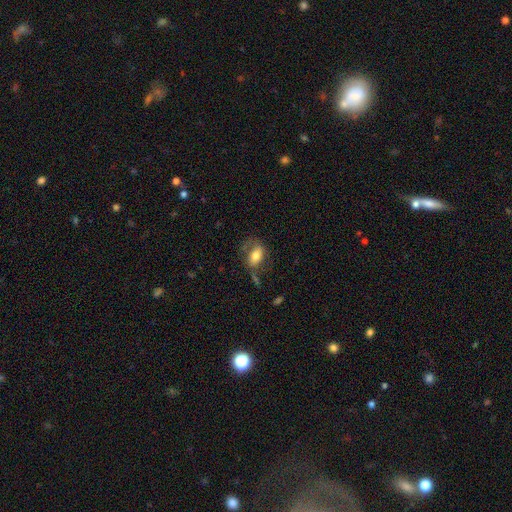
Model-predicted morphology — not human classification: smooth-or-featured: smooth: 59% | featured or disk: 33% | star or artifact: 7%
  how-rounded: in between: 86% | round: 11% | cigar-shaped: 3%
  merging: none: 51% | minor disturbance: 23% | major disturbance: 20% | merger: 6%